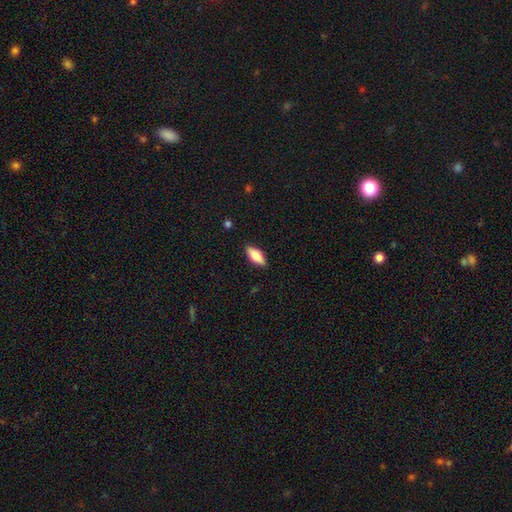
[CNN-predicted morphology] The model was most divided on "smooth or featured": smooth: 68%, featured or disk: 26%, star or artifact: 6%. More confident: merging — none (88%); how rounded — in between (74%).